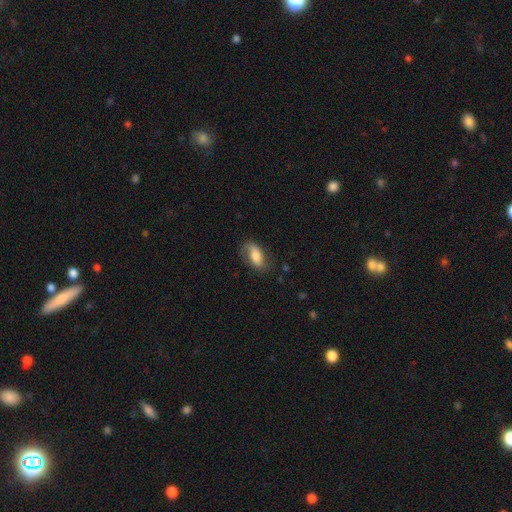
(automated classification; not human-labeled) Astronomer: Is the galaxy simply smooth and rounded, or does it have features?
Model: smooth — 58% (runner-up: featured or disk, 35%).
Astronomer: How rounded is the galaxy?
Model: in between — 87%.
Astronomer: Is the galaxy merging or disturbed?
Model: none — 67%.